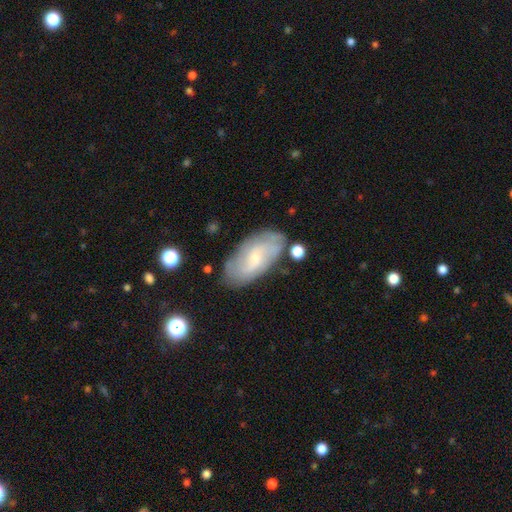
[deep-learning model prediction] Morphology: type=featured or disk (62%); edge-on=no (94%); bar=no (49%); spiral arms=yes (83%); bulge=small (73%); merging=none (71%).